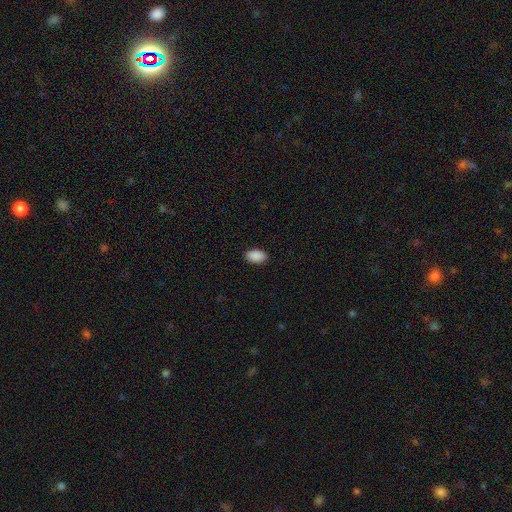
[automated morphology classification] Smooth or featured? Predicted: smooth (p=0.91). How rounded? Predicted: in between (p=0.93). Merging? Predicted: none (p=0.90).